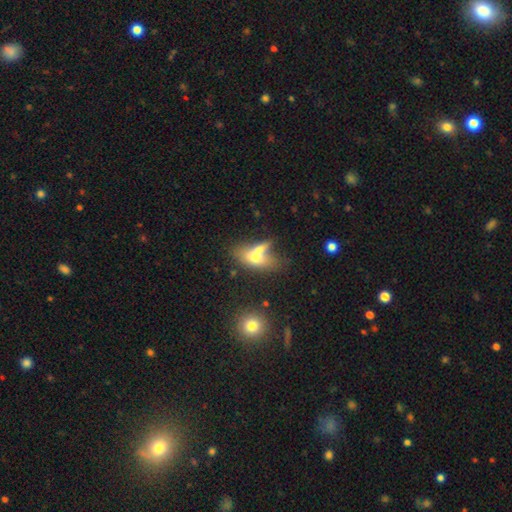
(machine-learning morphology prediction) This is likely a smooth galaxy (64%). How rounded: likely in between (77%). Merging: possibly merger (54%).